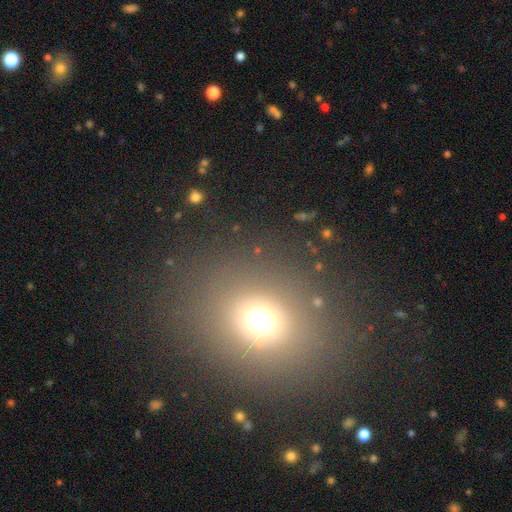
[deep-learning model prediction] A smooth galaxy with no disk features (65%) that is round (59%). Merging: none (86%).